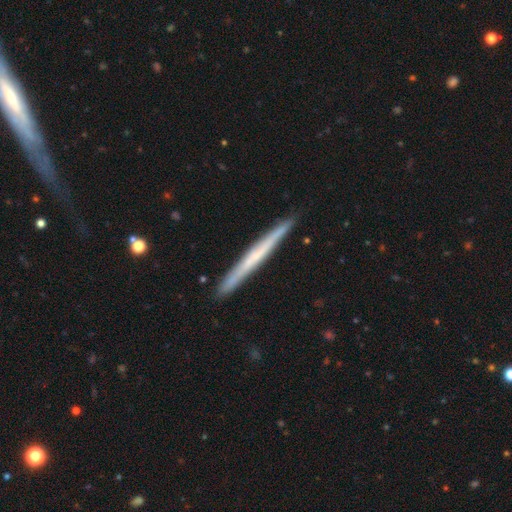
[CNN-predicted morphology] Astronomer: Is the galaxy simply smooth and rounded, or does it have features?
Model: featured or disk — 54% (runner-up: smooth, 40%).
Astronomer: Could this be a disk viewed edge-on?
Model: yes — 97%.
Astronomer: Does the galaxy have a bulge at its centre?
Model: none — 78%.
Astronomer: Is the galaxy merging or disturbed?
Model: none — 91%.